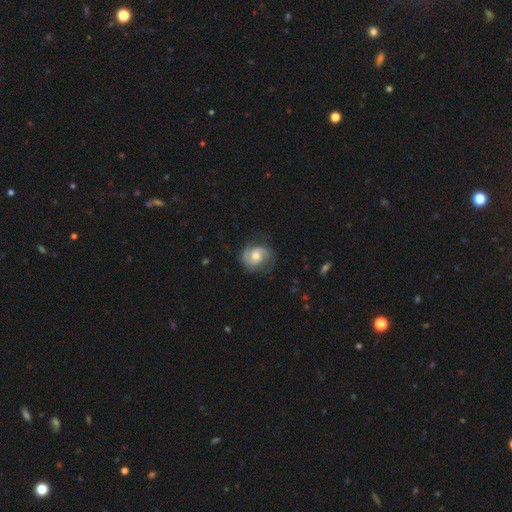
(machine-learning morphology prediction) Q: Smooth or featured?
A: featured or disk (70%); runner-up: smooth (23%)
Q: Edge-on disk?
A: no (98%); runner-up: yes (2%)
Q: Bar?
A: no (65%); runner-up: weak (30%)
Q: Spiral arms?
A: yes (92%); runner-up: no (8%)
Q: Spiral winding?
A: medium (44%); runner-up: tight (38%)
Q: Spiral arm count?
A: 2 (79%); runner-up: can't tell (9%)
Q: Bulge size?
A: moderate (66%); runner-up: small (17%)
Q: Merging?
A: none (70%); runner-up: minor disturbance (20%)